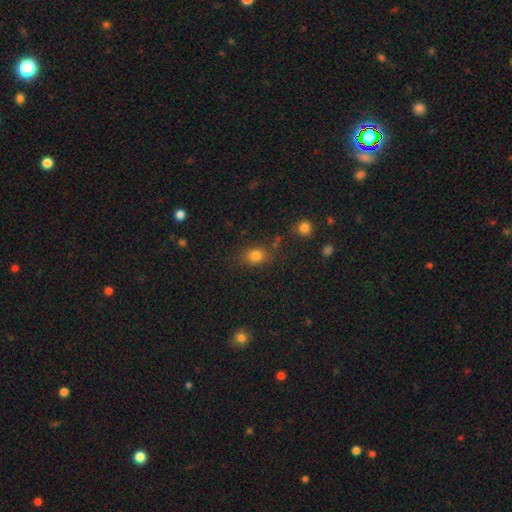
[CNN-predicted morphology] smooth 80%, star or artifact 13%, featured or disk 7%. Down the decision tree: how rounded — in between (51%); merging — none (76%).